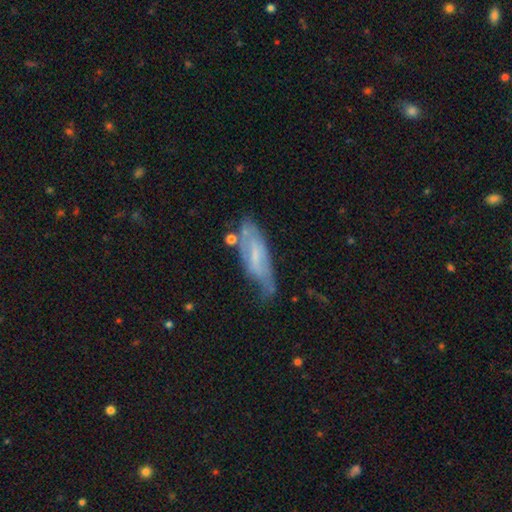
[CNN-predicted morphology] type=featured or disk (55%); edge-on=no (72%); merging=none (41%).